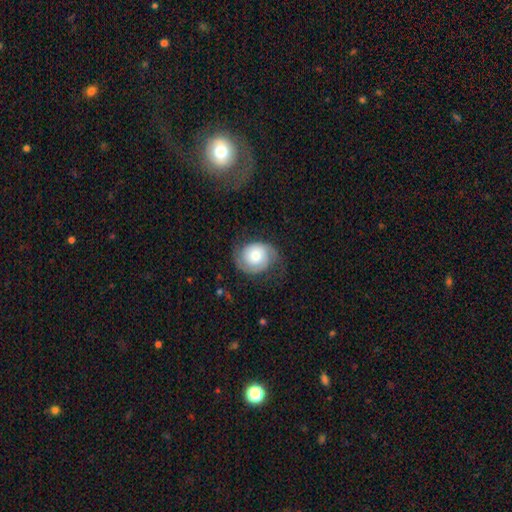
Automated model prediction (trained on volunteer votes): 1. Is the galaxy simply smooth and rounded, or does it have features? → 69% featured or disk, 24% smooth, 7% star or artifact.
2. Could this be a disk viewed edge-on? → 97% no, 3% yes.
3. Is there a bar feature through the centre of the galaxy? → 80% no, 16% weak, 4% strong.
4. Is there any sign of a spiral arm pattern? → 91% yes, 9% no.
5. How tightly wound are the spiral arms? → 51% tight, 33% medium, 16% loose.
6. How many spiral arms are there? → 81% 2, 8% can't tell, 5% 1, 3% 3, 1% 4, 1% more than 4.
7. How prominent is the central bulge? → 67% moderate, 20% small, 9% large, 2% dominant, 1% none.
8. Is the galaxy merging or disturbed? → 68% none, 19% minor disturbance, 12% major disturbance, 1% merger.